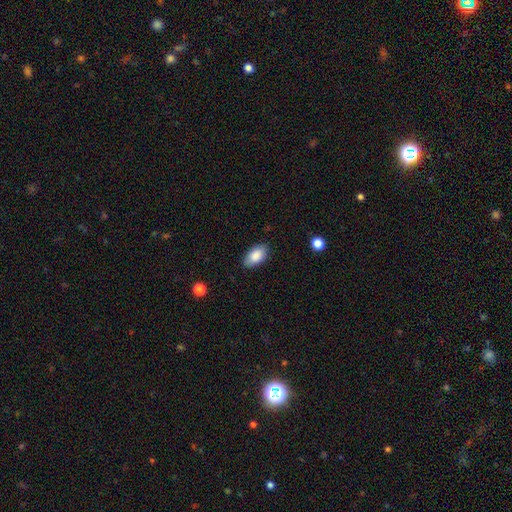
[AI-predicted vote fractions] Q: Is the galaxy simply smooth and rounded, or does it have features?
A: smooth — 86%.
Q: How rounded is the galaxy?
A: in between — 94%.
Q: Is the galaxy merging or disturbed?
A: none — 84%.